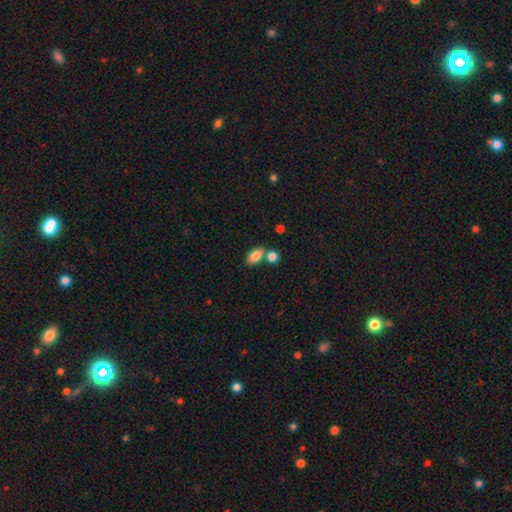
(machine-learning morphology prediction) Smooth or featured: smooth — 84% (featured or disk — 8%)
How rounded: in between — 88% (round — 10%)
Merging: none — 59% (merger — 26%)